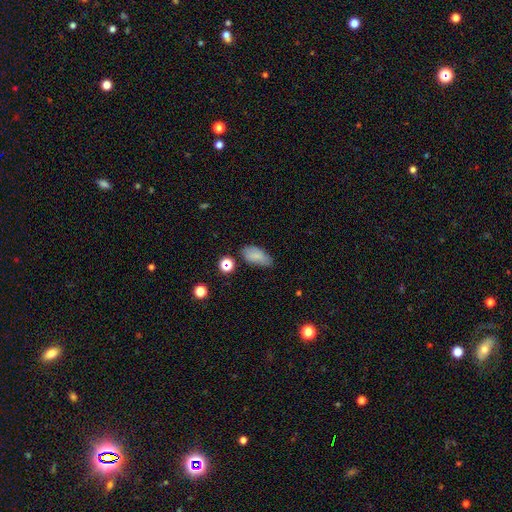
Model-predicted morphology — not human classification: type=smooth (79%); roundness=in between (90%); merging=none (67%).